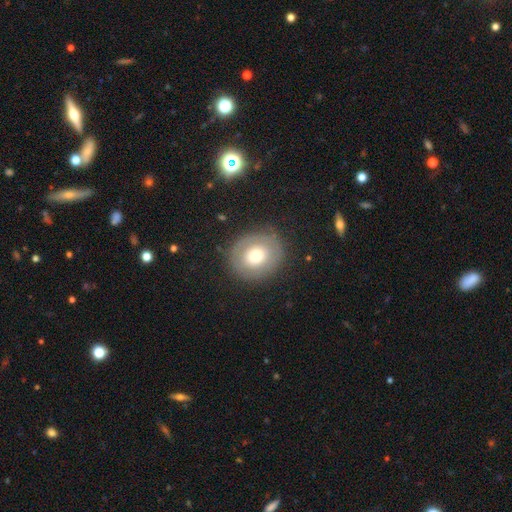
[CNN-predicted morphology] A smooth galaxy with no disk features (59%) that is round (79%). Merging: none (82%).